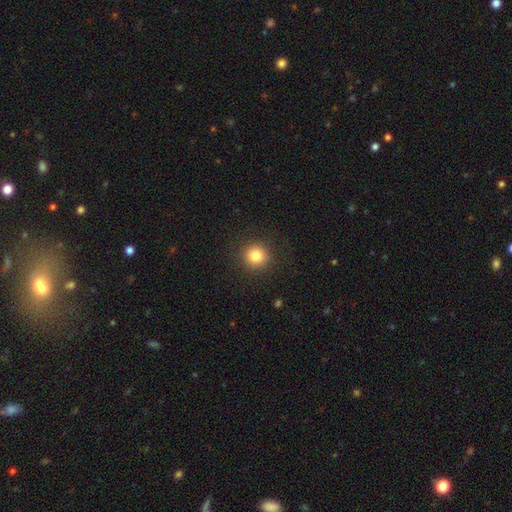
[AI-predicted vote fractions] Morphology: type=smooth (82%); roundness=round (92%); merging=none (90%).